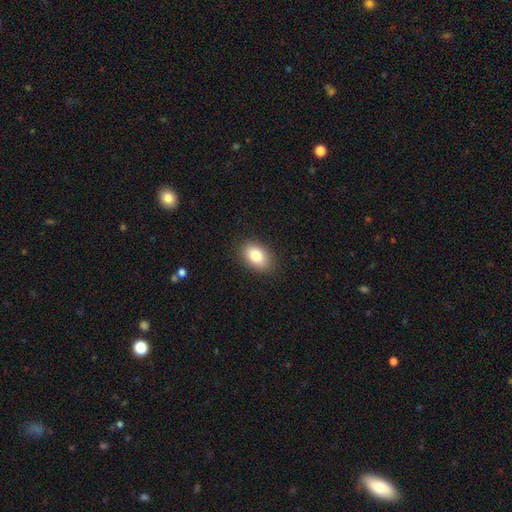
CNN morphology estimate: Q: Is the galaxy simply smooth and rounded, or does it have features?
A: smooth — 83%.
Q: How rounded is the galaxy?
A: in between — 85%.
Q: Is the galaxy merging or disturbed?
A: none — 88%.